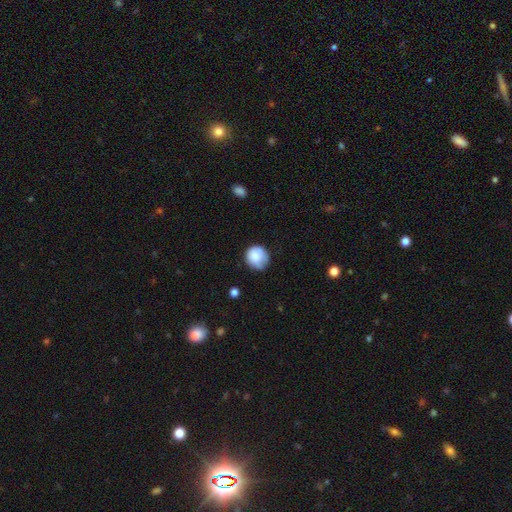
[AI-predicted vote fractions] smooth-or-featured: smooth: 83% | featured or disk: 9% | star or artifact: 8%
  how-rounded: round: 86% | in between: 13% | cigar-shaped: 1%
  merging: none: 64% | minor disturbance: 28% | major disturbance: 6% | merger: 2%